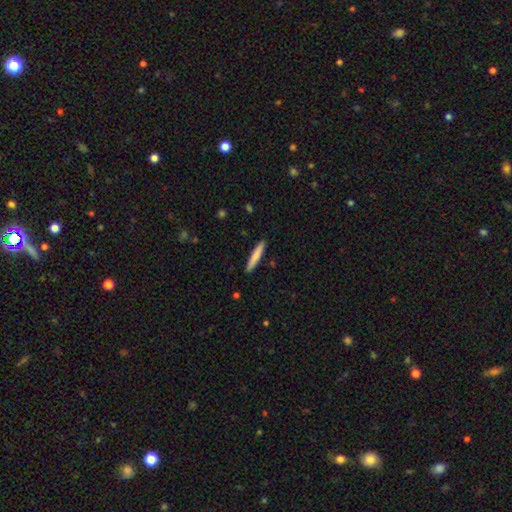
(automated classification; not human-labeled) The model was most divided on "smooth or featured": smooth: 80%, featured or disk: 15%, star or artifact: 5%. More confident: how rounded — cigar-shaped (93%); merging — none (91%).